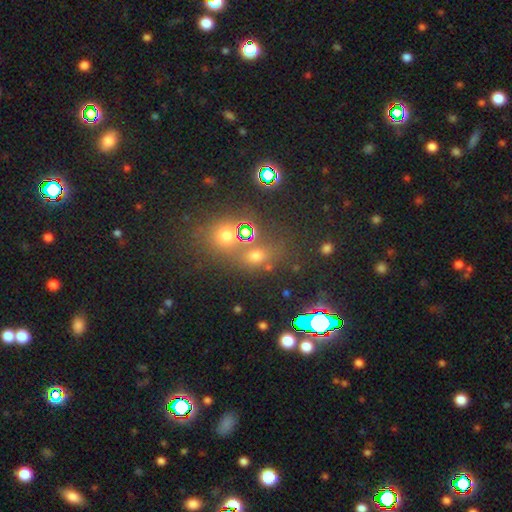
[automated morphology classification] This appears to be a smooth galaxy with no disk features (53%) that is round (62%). Merging: none (59%).